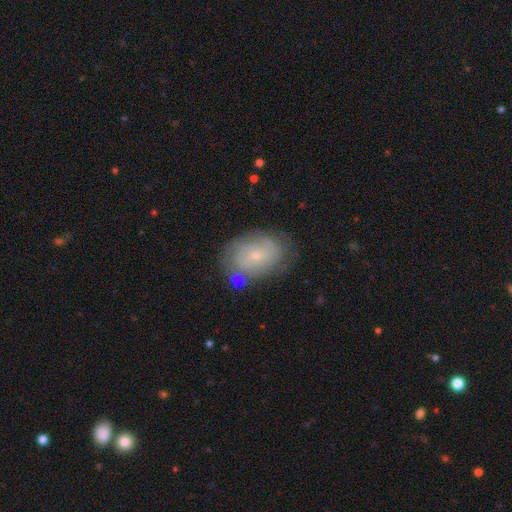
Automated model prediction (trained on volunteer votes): A featured or disk galaxy (65%) with no bar (60%), tight (60%) spiral arms (84%) and a small central bulge (77%). Merging: none (72%).